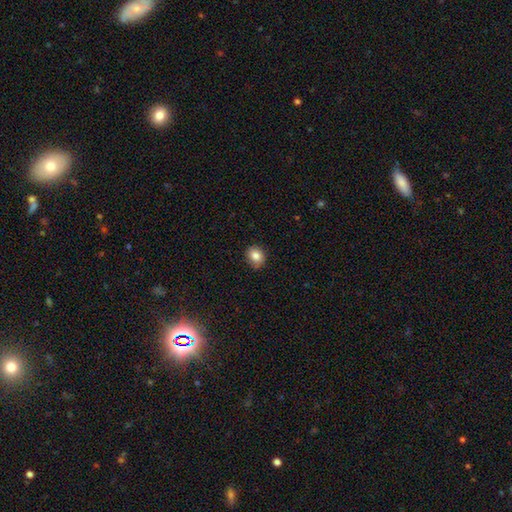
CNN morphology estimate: This appears to be a smooth galaxy with no disk features (84%) that is round (67%). Merging: none (86%).